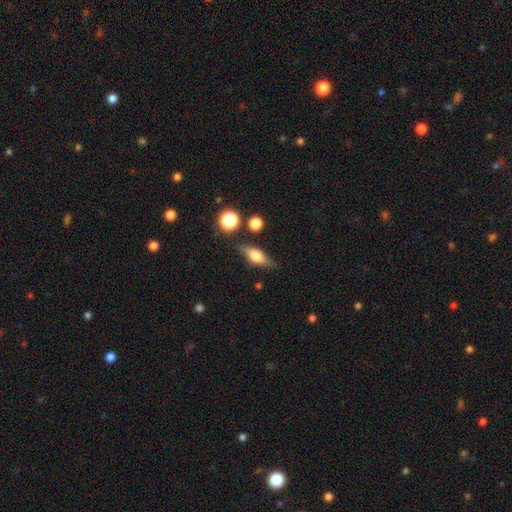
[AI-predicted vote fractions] This appears to be a smooth galaxy with no disk features (54%) that is in between round and cigar-shaped (62%). Merging: none (76%).